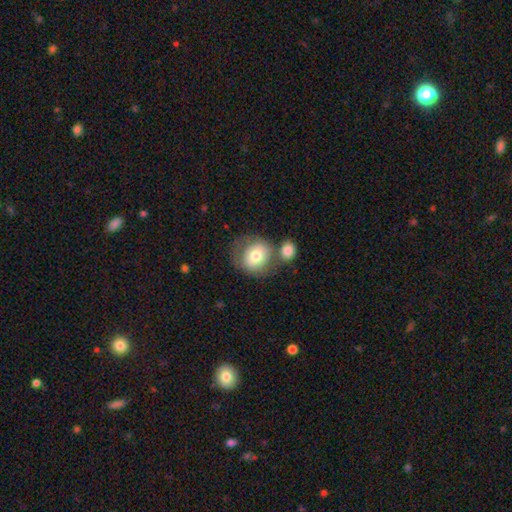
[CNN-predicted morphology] type=smooth (70%); roundness=round (79%); merging=none (46%).